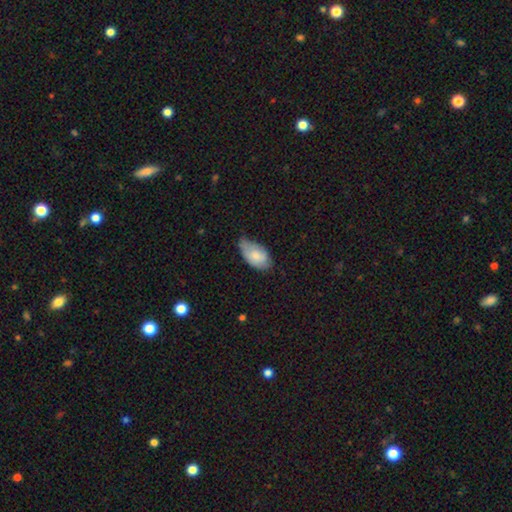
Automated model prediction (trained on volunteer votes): smooth_or_featured: smooth (p=0.74) [alt: featured or disk p=0.20]
how_rounded: in between (p=0.94) [alt: round p=0.04]
merging: minor disturbance (p=0.46) [alt: none p=0.42]